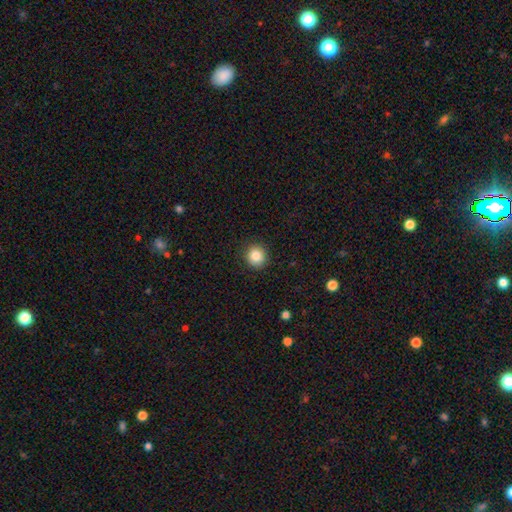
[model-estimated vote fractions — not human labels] smooth-or-featured: smooth: 84% | star or artifact: 10% | featured or disk: 6%
  how-rounded: round: 91% | in between: 8% | cigar-shaped: 1%
  merging: none: 91% | minor disturbance: 6% | major disturbance: 2% | merger: 1%